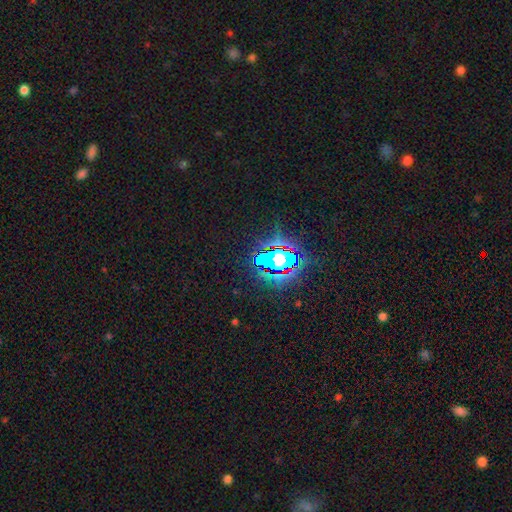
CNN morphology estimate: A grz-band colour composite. It shows a star or artifact, not a galaxy (83%).